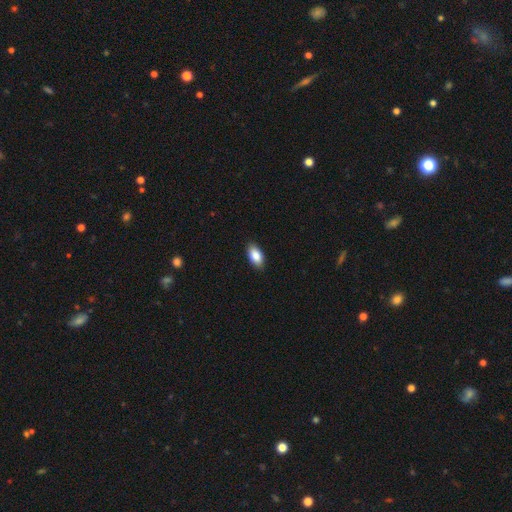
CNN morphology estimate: smooth_or_featured: smooth (p=0.87) [alt: star or artifact p=0.07]
how_rounded: in between (p=0.93) [alt: cigar-shaped p=0.04]
merging: none (p=0.89) [alt: minor disturbance p=0.09]